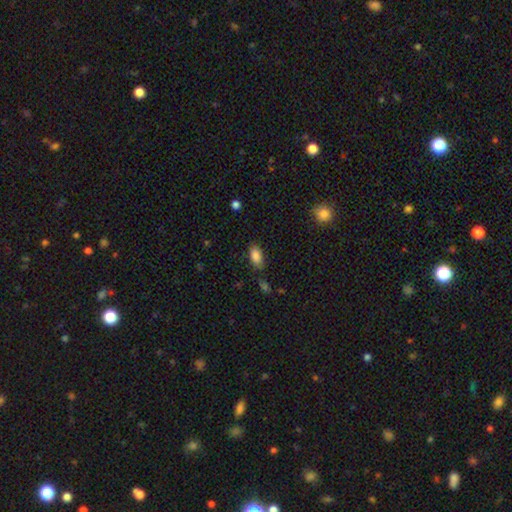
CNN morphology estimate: Smooth or featured? Predicted: smooth (p=0.86). How rounded? Predicted: in between (p=0.91). Merging? Predicted: none (p=0.76).